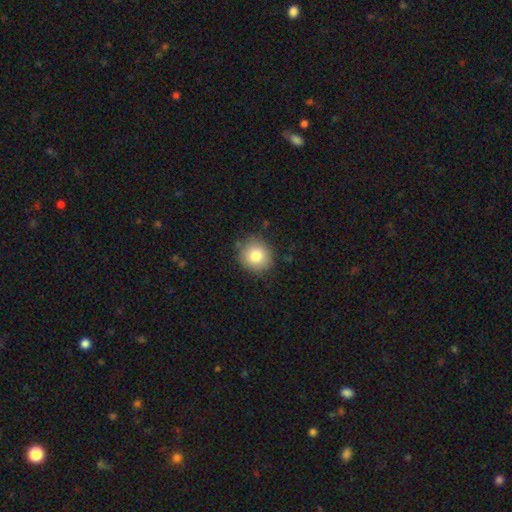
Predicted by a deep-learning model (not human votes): A smooth galaxy with no disk features (81%) that is round (89%). Merging: none (85%).